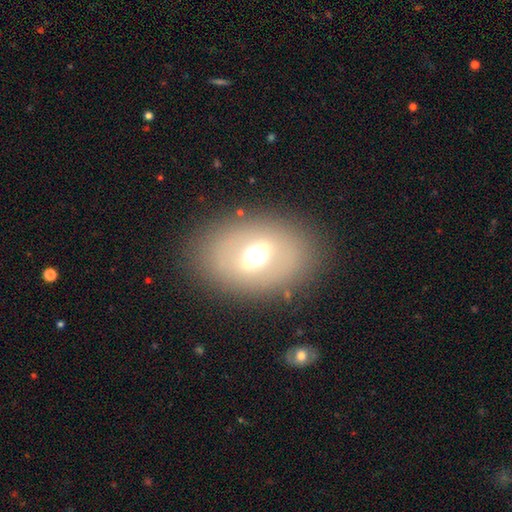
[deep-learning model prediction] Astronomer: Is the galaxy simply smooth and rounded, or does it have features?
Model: smooth — 49% (runner-up: featured or disk, 36%).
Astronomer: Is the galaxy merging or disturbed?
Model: none — 81%.